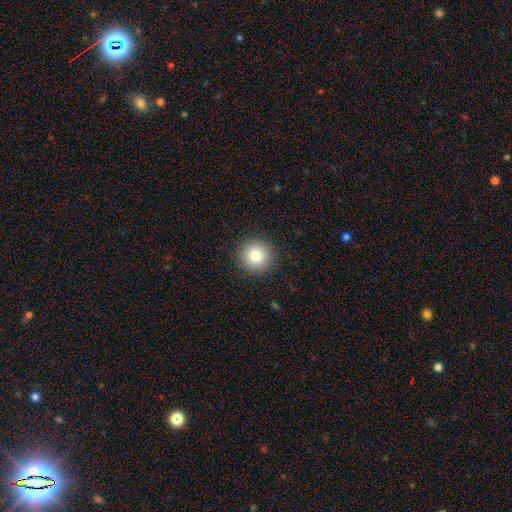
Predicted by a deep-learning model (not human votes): Smooth or featured: smooth — 82% (star or artifact — 10%)
How rounded: round — 94% (in between — 5%)
Merging: none — 91% (minor disturbance — 6%)